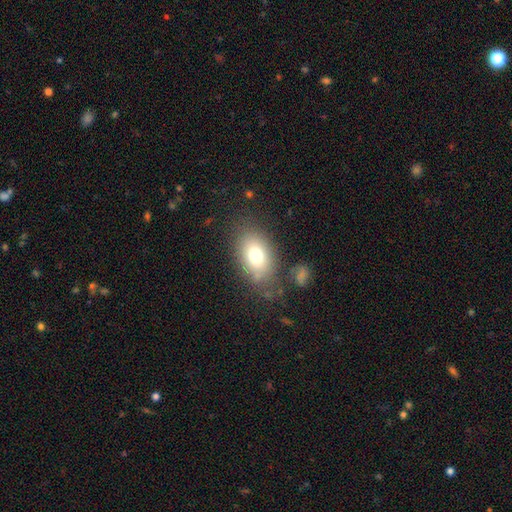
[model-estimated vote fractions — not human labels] Morphology: type=smooth (75%); roundness=in between (82%); merging=none (74%).